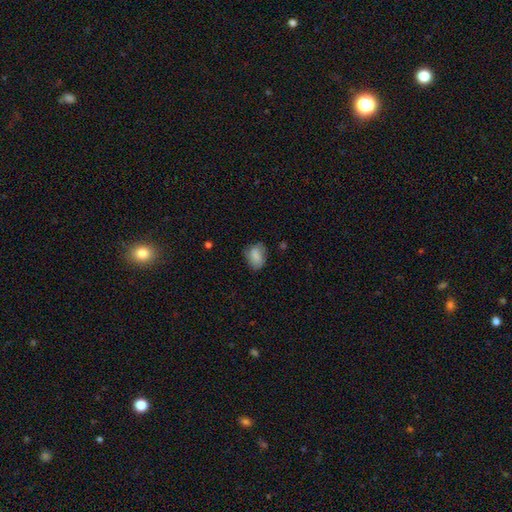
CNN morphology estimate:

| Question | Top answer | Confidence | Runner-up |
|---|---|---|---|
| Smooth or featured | smooth | 80% | featured or disk (11%) |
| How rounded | in between | 70% | round (28%) |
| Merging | none | 63% | minor disturbance (27%) |